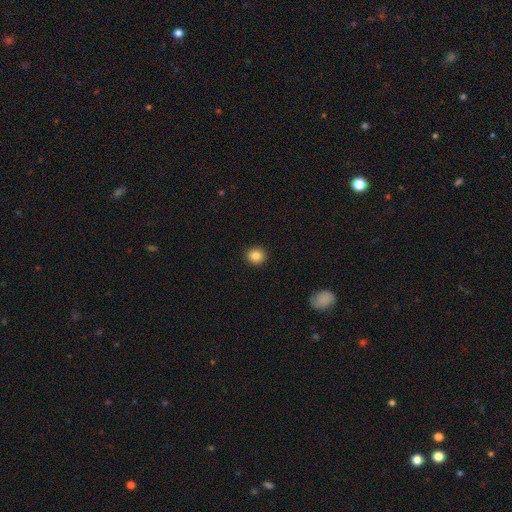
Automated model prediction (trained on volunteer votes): Q: Smooth or featured?
A: smooth (86%); runner-up: star or artifact (10%)
Q: How rounded?
A: round (88%); runner-up: in between (11%)
Q: Merging?
A: none (92%); runner-up: minor disturbance (5%)